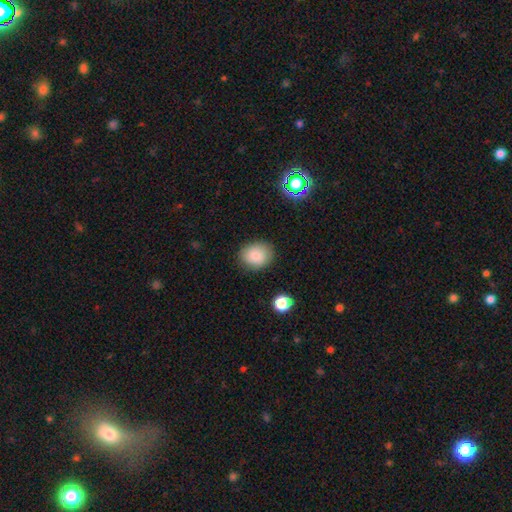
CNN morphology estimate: smooth_or_featured: smooth (p=0.85) [alt: star or artifact p=0.09]
how_rounded: round (p=0.52) [alt: in between p=0.47]
merging: none (p=0.84) [alt: minor disturbance p=0.11]